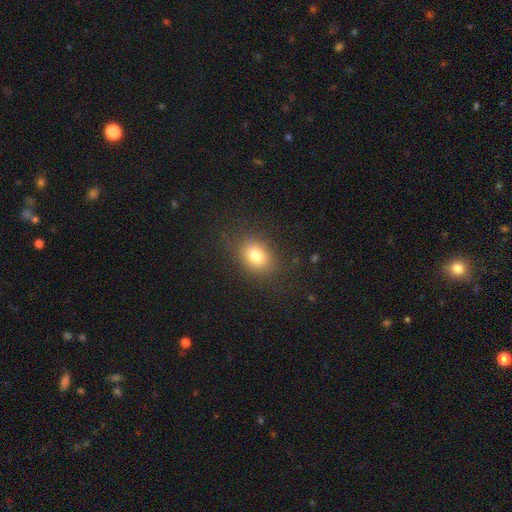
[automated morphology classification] Smooth or featured: smooth — 78% (star or artifact — 12%)
How rounded: in between — 59% (round — 40%)
Merging: none — 83% (minor disturbance — 11%)